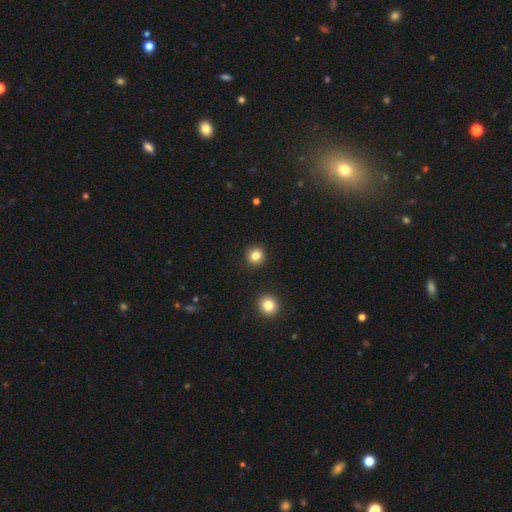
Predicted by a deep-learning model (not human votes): A smooth galaxy with no disk features (83%) that is round (92%).

Vote fractions:
- Smooth or featured? smooth: 83% / star or artifact: 12% / featured or disk: 6%
- How rounded? round: 92% / in between: 7% / cigar-shaped: 1%
- Merging? none: 92% / minor disturbance: 5% / major disturbance: 2% / merger: 2%